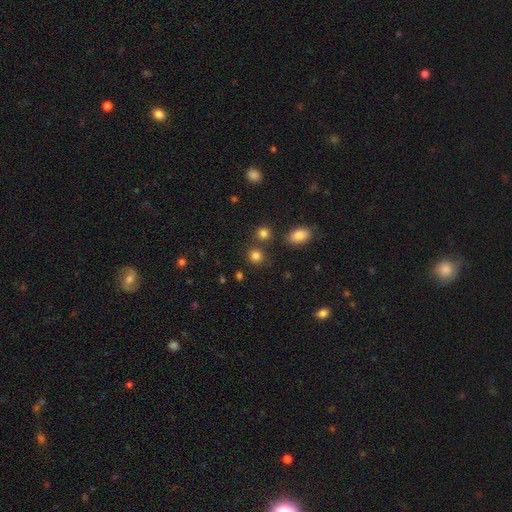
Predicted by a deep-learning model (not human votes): Smooth or featured? smooth (82%)
How rounded? round (83%)
Merging? none (79%)